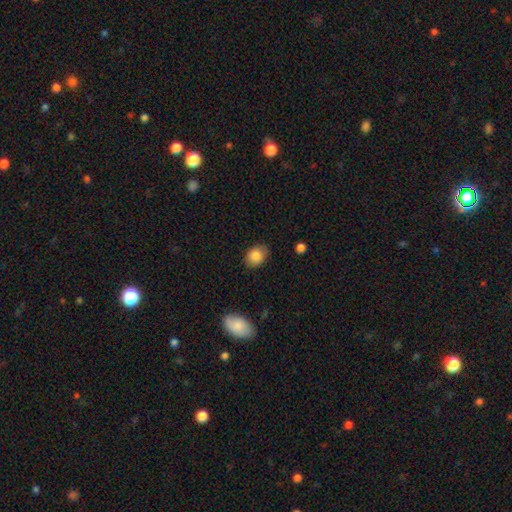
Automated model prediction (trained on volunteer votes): A smooth galaxy with no disk features (85%) that is in between round and cigar-shaped (67%). Merging: none (82%).